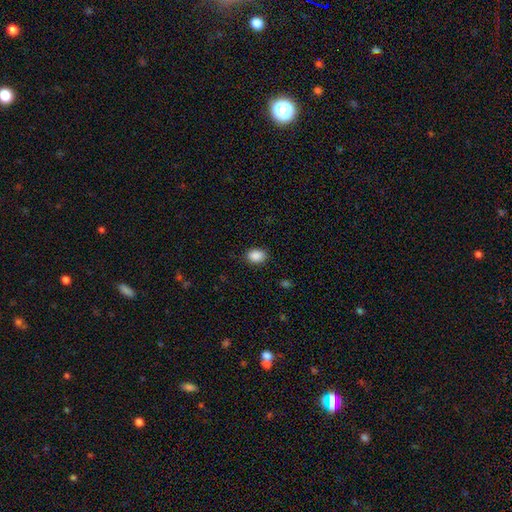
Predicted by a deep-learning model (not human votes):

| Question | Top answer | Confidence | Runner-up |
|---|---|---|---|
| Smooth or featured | smooth | 89% | star or artifact (8%) |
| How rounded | in between | 71% | round (28%) |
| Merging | none | 86% | minor disturbance (11%) |